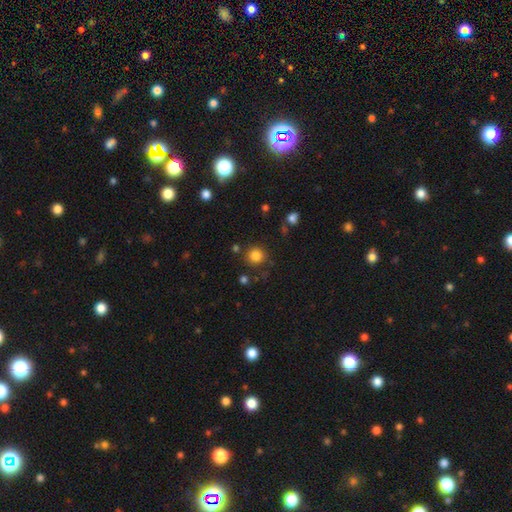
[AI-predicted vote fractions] Smooth or featured: smooth — 83% (star or artifact — 13%)
How rounded: round — 93% (in between — 6%)
Merging: none — 85% (minor disturbance — 8%)